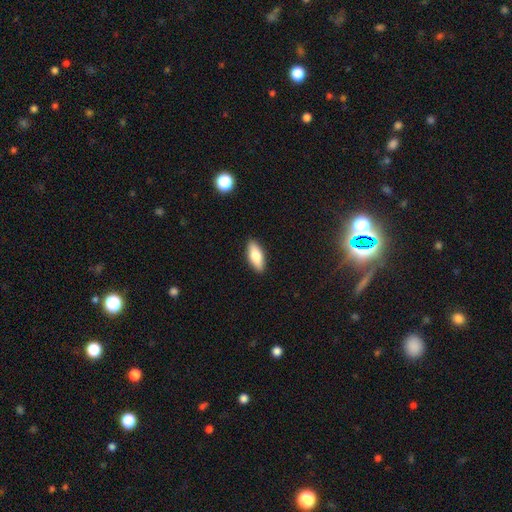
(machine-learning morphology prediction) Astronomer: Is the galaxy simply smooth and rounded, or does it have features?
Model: smooth — 75%.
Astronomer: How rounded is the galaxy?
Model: in between — 75%.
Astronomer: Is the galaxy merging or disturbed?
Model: none — 90%.